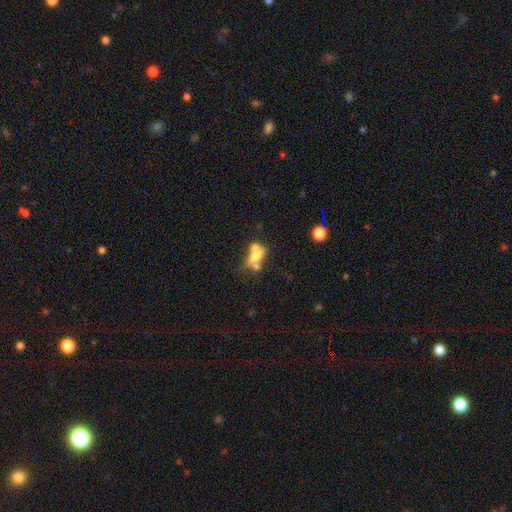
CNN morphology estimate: Smooth or featured?
  - smooth: 53% *
  - featured or disk: 35%
  - star or artifact: 12%
How rounded?
  - in between: 67% *
  - round: 29%
  - cigar-shaped: 4%
Merging?
  - merger: 55% *
  - none: 21%
  - major disturbance: 12%
  - minor disturbance: 11%